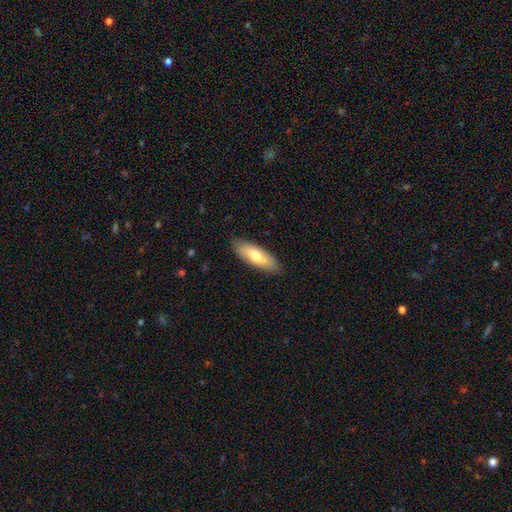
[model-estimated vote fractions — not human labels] A smooth galaxy with no disk features (69%) that is in between round and cigar-shaped (62%). Merging: none (86%).